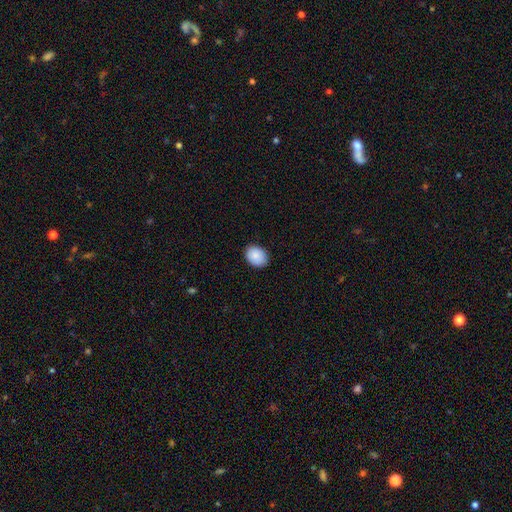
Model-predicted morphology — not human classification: smooth_or_featured: smooth (p=0.89) [alt: star or artifact p=0.07]
how_rounded: in between (p=0.64) [alt: round p=0.35]
merging: none (p=0.87) [alt: minor disturbance p=0.10]